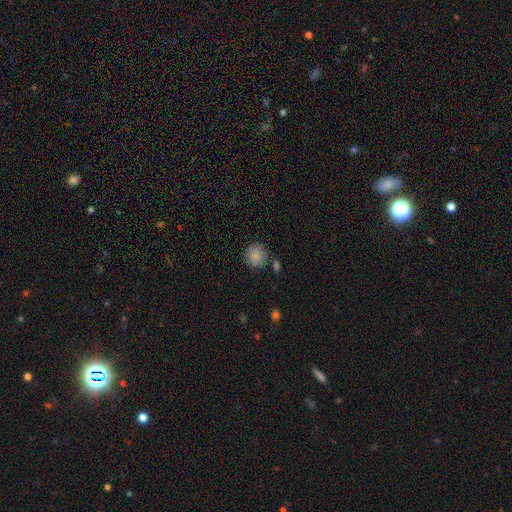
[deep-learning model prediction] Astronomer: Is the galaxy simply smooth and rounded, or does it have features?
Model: smooth — 87%.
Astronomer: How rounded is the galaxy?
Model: round — 91%.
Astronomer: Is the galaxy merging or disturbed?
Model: none — 79%.